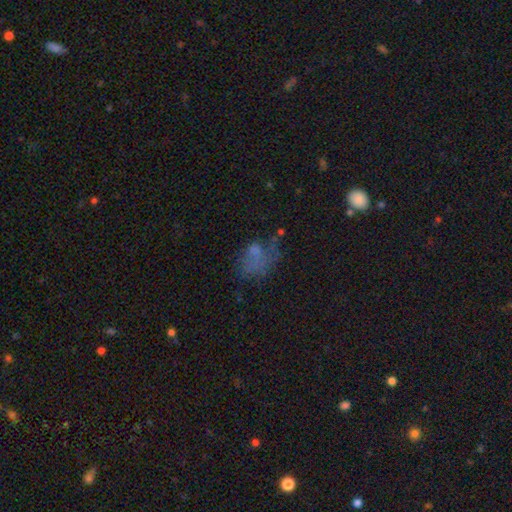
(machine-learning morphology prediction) Smooth or featured?
  - smooth: 50% *
  - featured or disk: 30%
  - star or artifact: 19%
How rounded?
  - in between: 78% *
  - round: 20%
  - cigar-shaped: 2%
Merging?
  - major disturbance: 35% * (tied)
  - none: 35% * (tied)
  - minor disturbance: 22%
  - merger: 9%